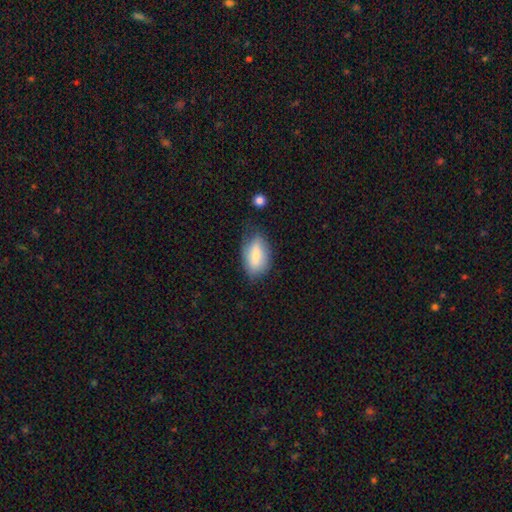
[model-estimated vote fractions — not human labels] smooth 75%, featured or disk 18%, star or artifact 7%. Down the decision tree: how rounded — in between (90%); merging — none (64%).